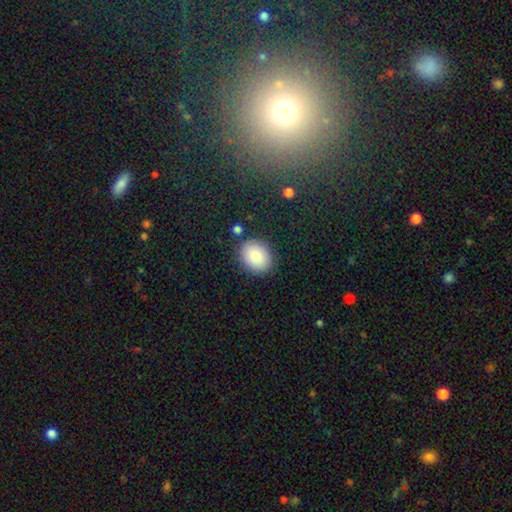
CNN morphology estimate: smooth 81%, featured or disk 10%, star or artifact 9%. Down the decision tree: how rounded — round (54%); merging — none (85%).